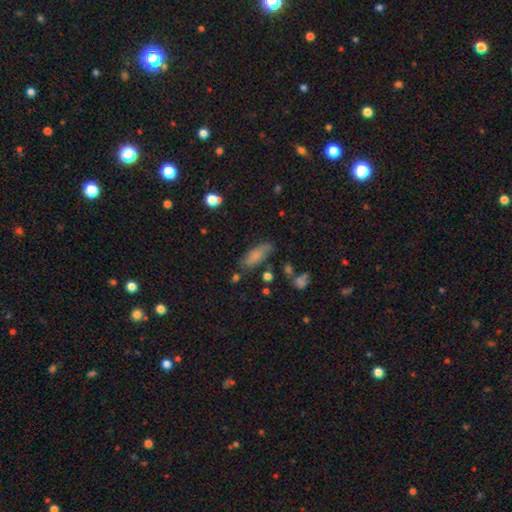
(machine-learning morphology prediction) smooth 78%, featured or disk 13%, star or artifact 9%. Down the decision tree: how rounded — in between (70%); merging — none (69%).